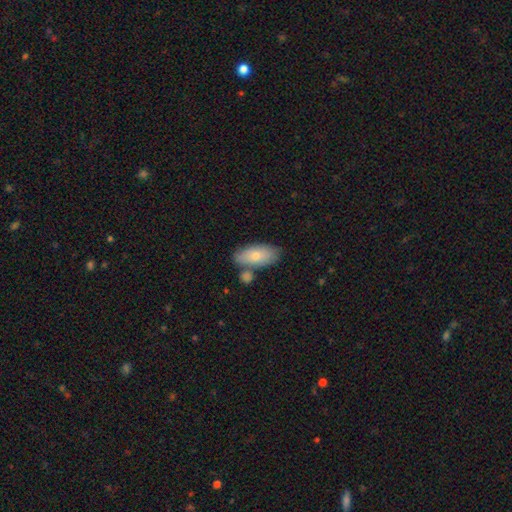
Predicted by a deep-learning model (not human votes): Smooth or featured?
  - smooth: 76% *
  - featured or disk: 19%
  - star or artifact: 6%
How rounded?
  - in between: 90% *
  - cigar-shaped: 7%
  - round: 3%
Merging?
  - none: 65% *
  - merger: 16%
  - minor disturbance: 15%
  - major disturbance: 4%